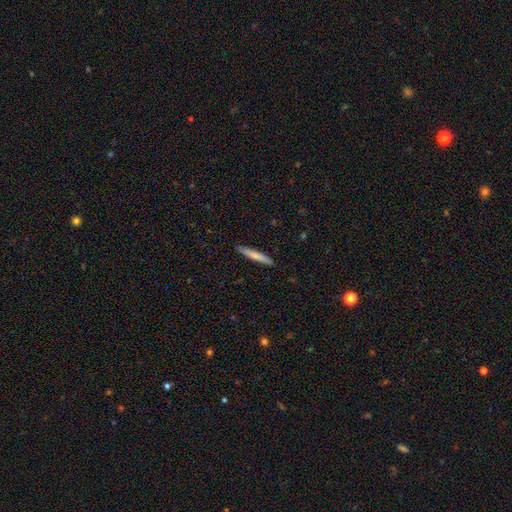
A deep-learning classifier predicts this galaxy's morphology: Smooth or featured? Predicted: smooth (p=0.71). How rounded? Predicted: cigar-shaped (p=0.95). Merging? Predicted: none (p=0.90).